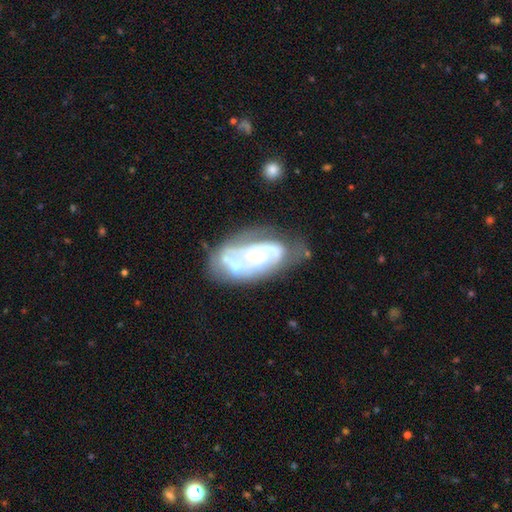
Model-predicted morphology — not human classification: featured or disk 72%, smooth 20%, star or artifact 8%. Down the decision tree: edge-on disk — no (95%); bar — no (79%); spiral arms — yes (60%); bulge size — small (67%); merging — none (38%).